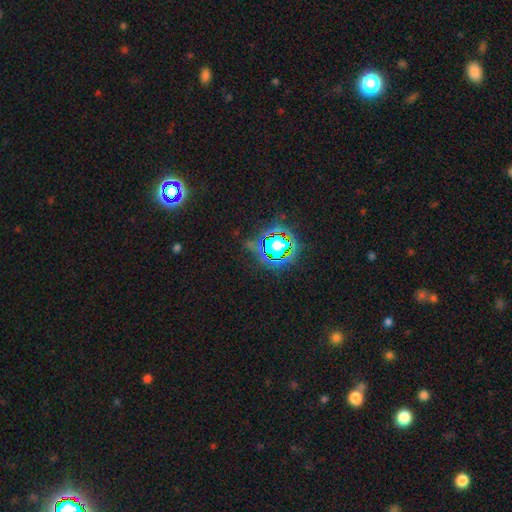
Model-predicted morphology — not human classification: Smooth or featured? Predicted: star or artifact (p=0.79).